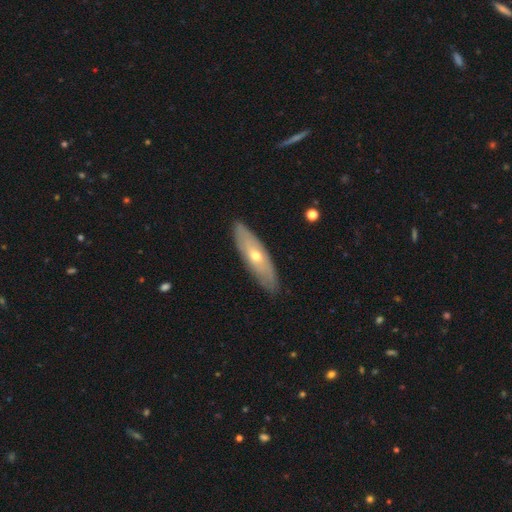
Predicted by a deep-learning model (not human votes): A featured or disk galaxy (56%).

Vote fractions:
- Smooth or featured? featured or disk: 56% / smooth: 37% / star or artifact: 6%
- Edge-on disk? no: 53% / yes: 47%
- Merging? none: 87% / minor disturbance: 10% / major disturbance: 2% / merger: 1%